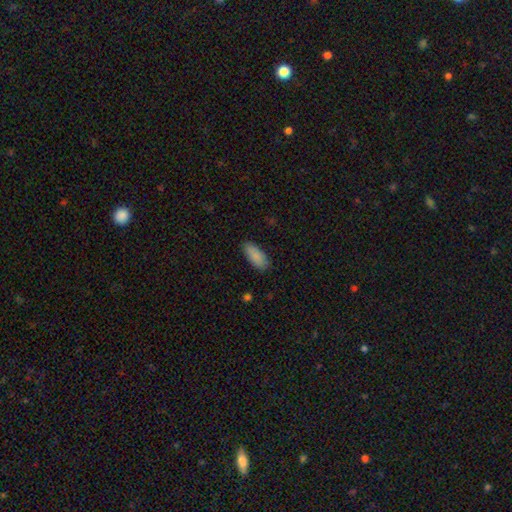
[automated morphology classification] smooth-or-featured: smooth: 88% | star or artifact: 6% | featured or disk: 5%
  how-rounded: in between: 82% | cigar-shaped: 16% | round: 2%
  merging: none: 84% | minor disturbance: 13% | major disturbance: 2% | merger: 1%